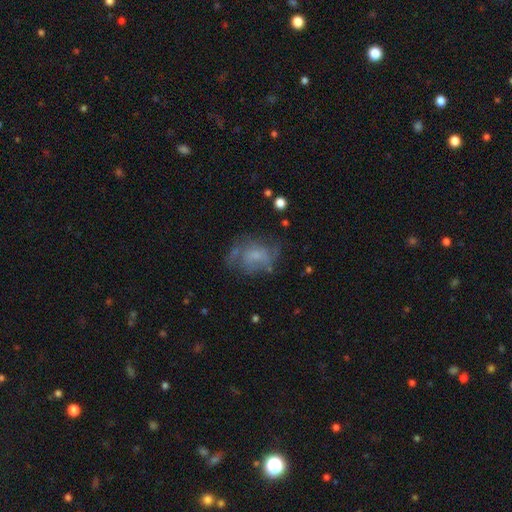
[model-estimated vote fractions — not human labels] A featured or disk galaxy (46%).

Vote fractions:
- Smooth or featured? featured or disk: 46% / smooth: 41% / star or artifact: 12%
- Merging? none: 46% / major disturbance: 25% / minor disturbance: 25% / merger: 4%